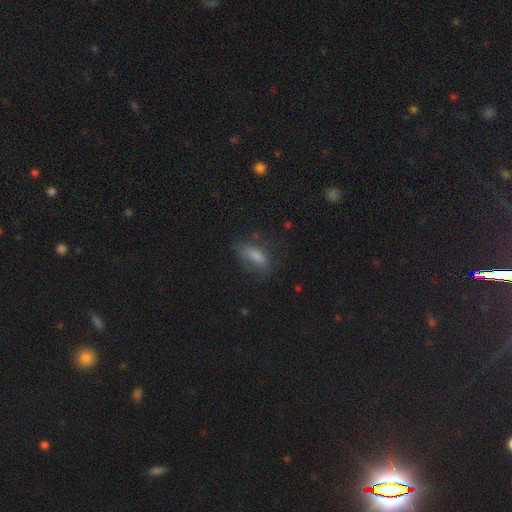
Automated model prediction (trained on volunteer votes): Smooth or featured: smooth — 69% (featured or disk — 18%)
How rounded: in between — 69% (cigar-shaped — 26%)
Merging: none — 60% (minor disturbance — 25%)